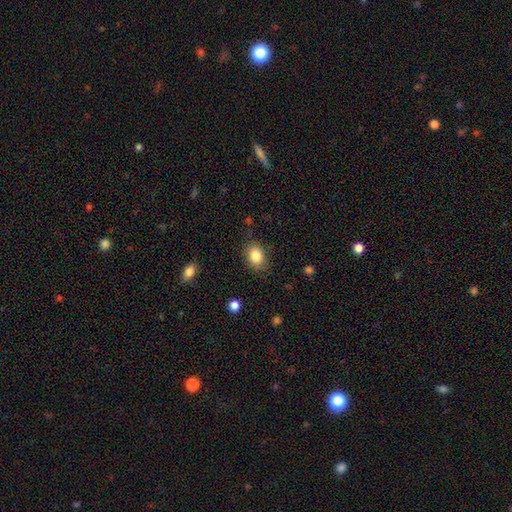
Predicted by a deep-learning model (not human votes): This is clearly a smooth galaxy (85%). How rounded: likely in between (72%). Merging: clearly none (82%).